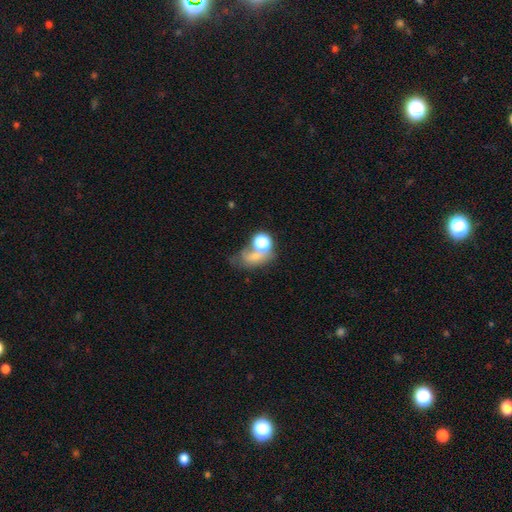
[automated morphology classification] Smooth or featured? smooth (57%)
How rounded? in between (59%)
Merging? merger (31%)